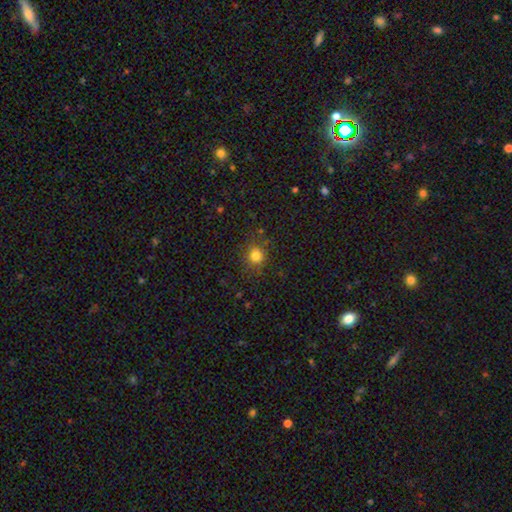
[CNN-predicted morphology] smooth 79%, star or artifact 15%, featured or disk 6%. Down the decision tree: how rounded — round (85%); merging — none (83%).